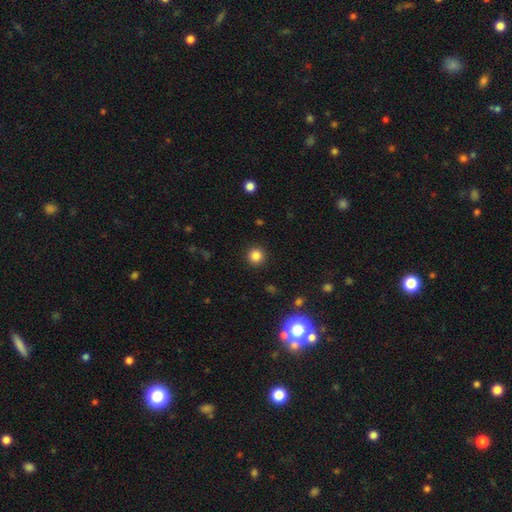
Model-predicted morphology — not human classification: Q: Smooth or featured?
A: smooth (84%); runner-up: star or artifact (12%)
Q: How rounded?
A: round (95%); runner-up: in between (4%)
Q: Merging?
A: none (92%); runner-up: minor disturbance (5%)